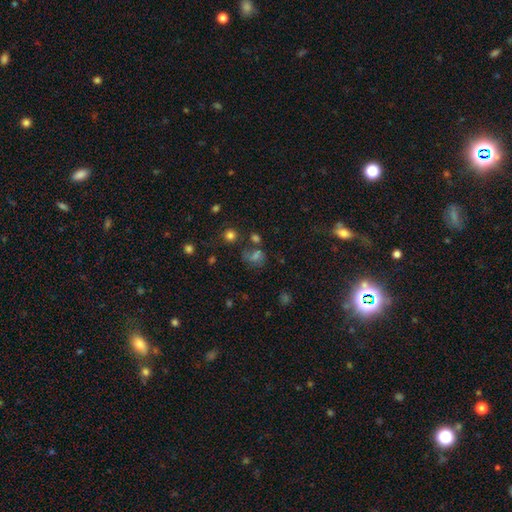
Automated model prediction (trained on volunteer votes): A smooth galaxy with no disk features (47%). Merging: none (54%).